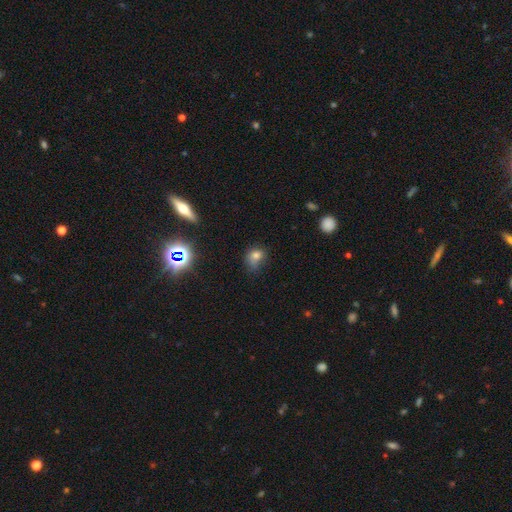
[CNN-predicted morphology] type=smooth (72%); roundness=round (53%); merging=none (46%).